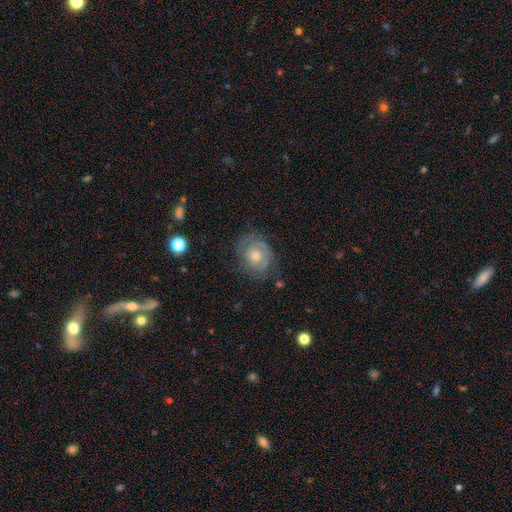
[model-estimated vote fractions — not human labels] smooth_or_featured: featured or disk (p=0.64) [alt: smooth p=0.26]
disk_edge_on: no (p=0.96) [alt: yes p=0.04]
bar: no (p=0.82) [alt: weak p=0.15]
has_spiral_arms: yes (p=0.80) [alt: no p=0.20]
bulge_size: moderate (p=0.56) [alt: small p=0.38]
merging: none (p=0.72) [alt: minor disturbance p=0.19]